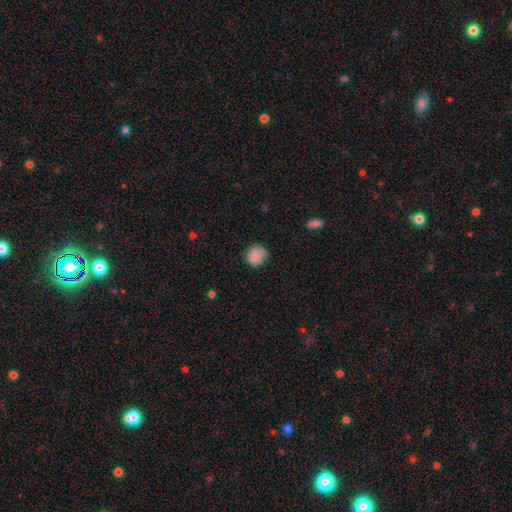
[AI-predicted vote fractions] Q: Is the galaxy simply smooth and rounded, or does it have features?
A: smooth — 86%.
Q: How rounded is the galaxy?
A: round — 82%.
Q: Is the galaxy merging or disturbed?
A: none — 76%.